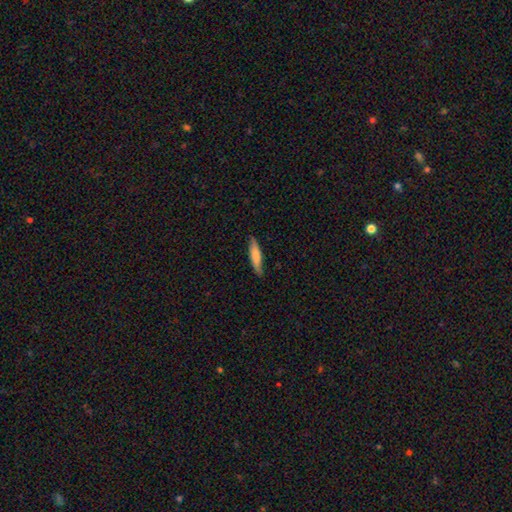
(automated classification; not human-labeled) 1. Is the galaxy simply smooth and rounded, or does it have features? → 72% smooth, 23% featured or disk, 5% star or artifact.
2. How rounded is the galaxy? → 81% cigar-shaped, 17% in between, 2% round.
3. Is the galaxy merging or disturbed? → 84% none, 13% minor disturbance, 2% major disturbance, 1% merger.